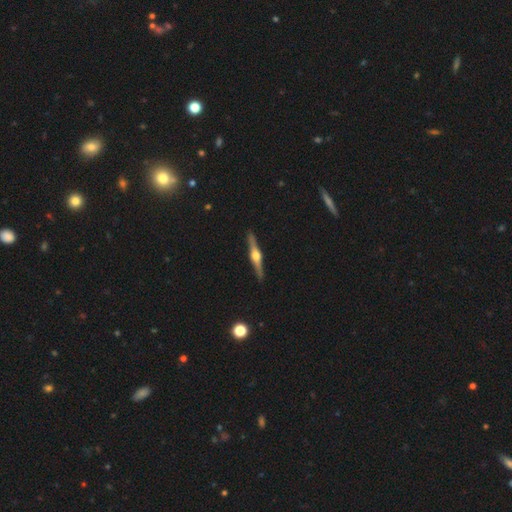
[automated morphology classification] type=featured or disk (81%); edge-on=yes (98%); edge-on bulge=rounded (95%); merging=none (92%).